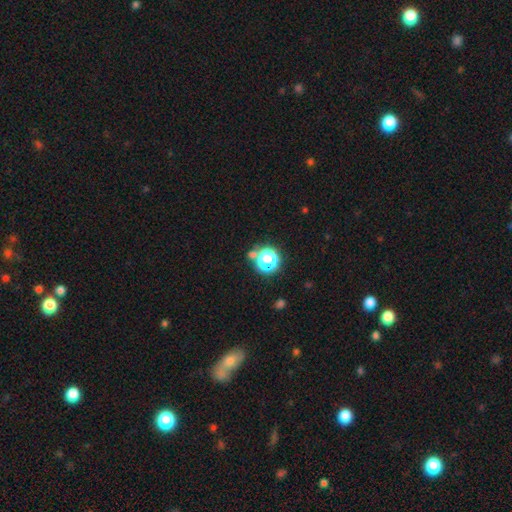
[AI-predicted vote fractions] Smooth or featured? Predicted: star or artifact (p=0.59).